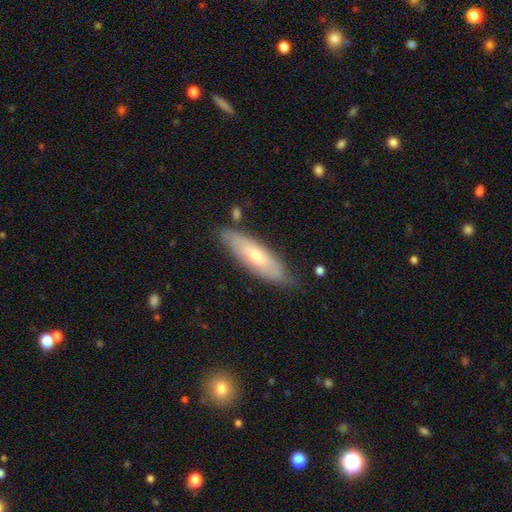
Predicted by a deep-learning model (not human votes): Smooth or featured?
  - smooth: 54% *
  - featured or disk: 40%
  - star or artifact: 6%
How rounded?
  - cigar-shaped: 53% *
  - in between: 45%
  - round: 2%
Merging?
  - none: 77% *
  - minor disturbance: 17%
  - major disturbance: 3%
  - merger: 2%